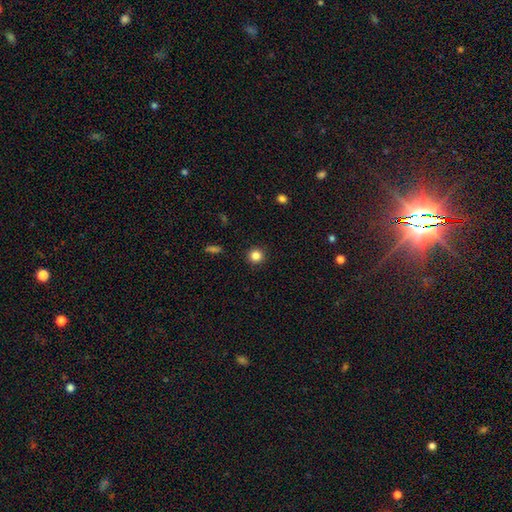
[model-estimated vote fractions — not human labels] The model was most divided on "smooth or featured": smooth: 84%, star or artifact: 11%, featured or disk: 5%. More confident: how rounded — round (94%); merging — none (92%).